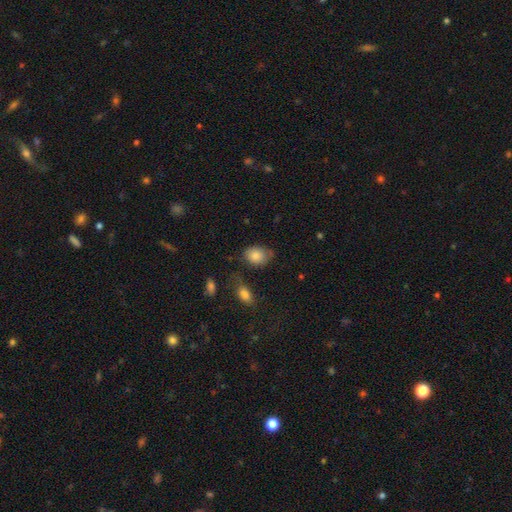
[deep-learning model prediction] Smooth or featured? Predicted: smooth (p=0.84). How rounded? Predicted: in between (p=0.66). Merging? Predicted: none (p=0.58).